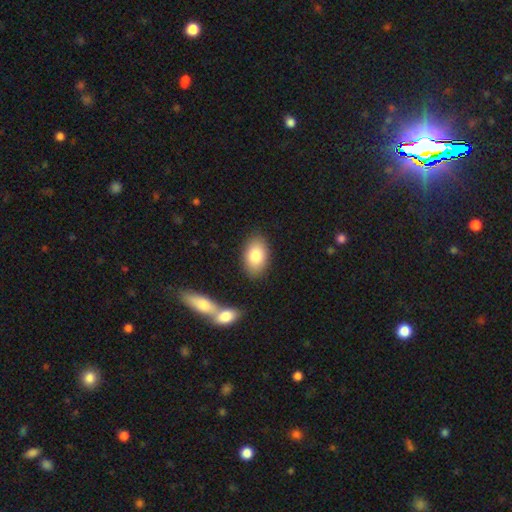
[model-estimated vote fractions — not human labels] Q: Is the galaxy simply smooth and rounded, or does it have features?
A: smooth — 80%.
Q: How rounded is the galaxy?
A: in between — 90%.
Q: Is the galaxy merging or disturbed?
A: none — 84%.